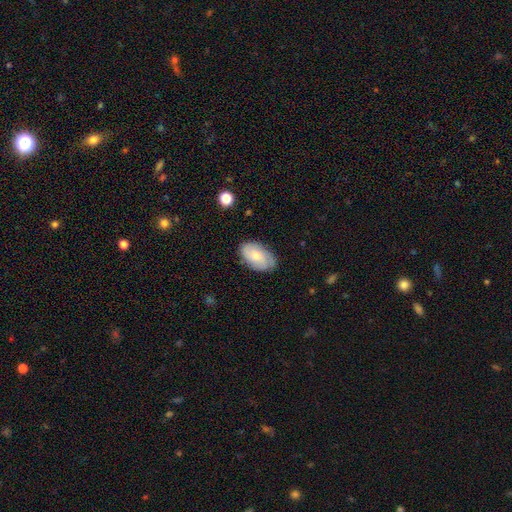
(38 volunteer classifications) This is possibly a smooth galaxy (47%, tied with featured or disk). How rounded: clearly in between (94%). Merging: clearly none (83%).